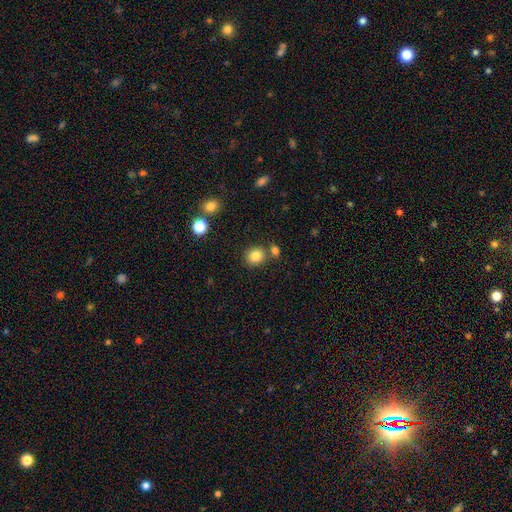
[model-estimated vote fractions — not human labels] A smooth galaxy with no disk features (84%) that is round (73%).

Vote fractions:
- Smooth or featured? smooth: 84% / star or artifact: 11% / featured or disk: 6%
- How rounded? round: 73% / in between: 26% / cigar-shaped: 1%
- Merging? none: 75% / merger: 13% / minor disturbance: 9% / major disturbance: 3%